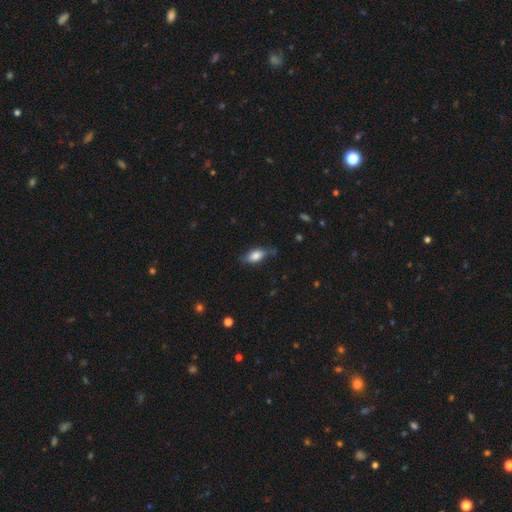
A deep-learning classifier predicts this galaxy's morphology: A smooth galaxy with no disk features (78%) that is in between round and cigar-shaped (86%).

Vote fractions:
- Smooth or featured? smooth: 78% / featured or disk: 15% / star or artifact: 7%
- How rounded? in between: 86% / cigar-shaped: 9% / round: 5%
- Merging? none: 65% / minor disturbance: 26% / major disturbance: 7% / merger: 3%